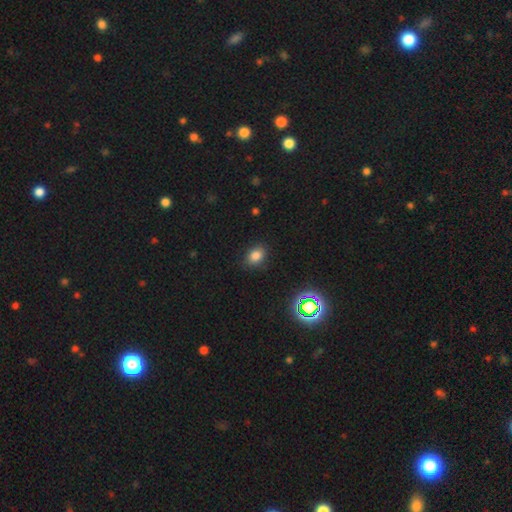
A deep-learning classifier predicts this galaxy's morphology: A smooth galaxy with no disk features (79%) that is in between round and cigar-shaped (62%). Merging: none (85%).